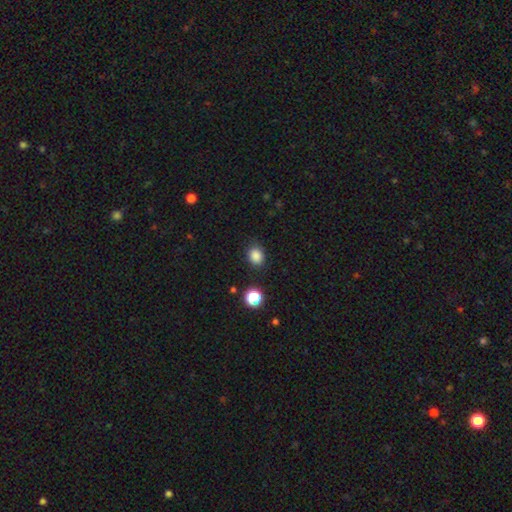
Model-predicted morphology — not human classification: Smooth or featured? Predicted: smooth (p=0.84). How rounded? Predicted: round (p=0.56). Merging? Predicted: none (p=0.82).